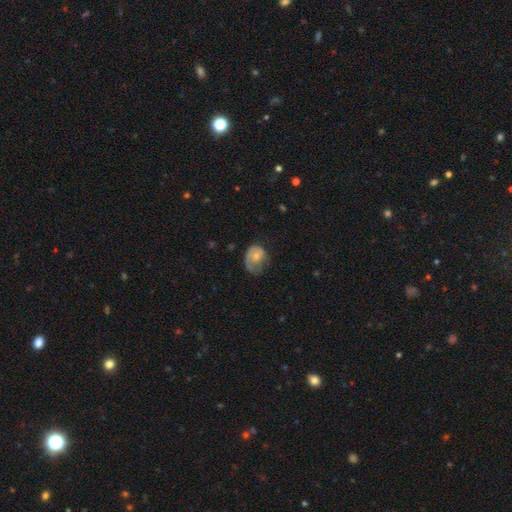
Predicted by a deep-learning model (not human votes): smooth-or-featured: smooth: 55% | featured or disk: 38% | star or artifact: 7%
  how-rounded: in between: 58% | round: 41% | cigar-shaped: 1%
  merging: major disturbance: 38% | minor disturbance: 32% | none: 28% | merger: 2%